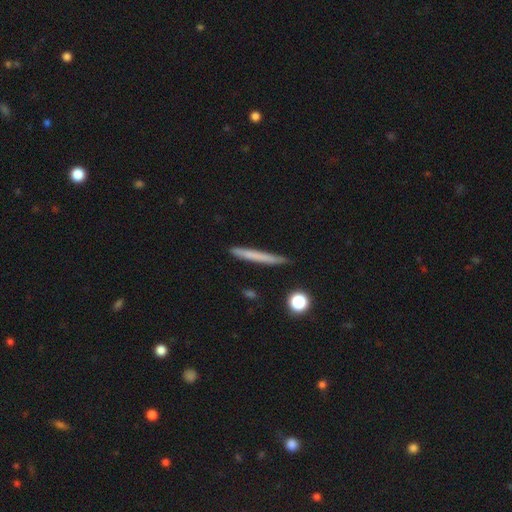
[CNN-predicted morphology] smooth_or_featured: smooth (p=0.64) [alt: featured or disk p=0.29]
how_rounded: cigar-shaped (p=0.96) [alt: in between p=0.02]
merging: none (p=0.87) [alt: minor disturbance p=0.10]